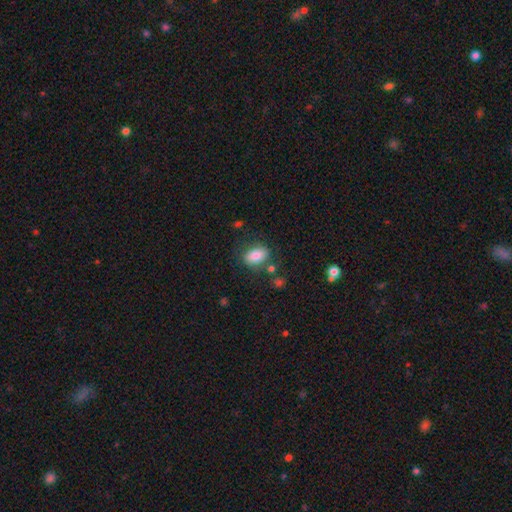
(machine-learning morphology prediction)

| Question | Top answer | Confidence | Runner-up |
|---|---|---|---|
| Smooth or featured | smooth | 82% | featured or disk (10%) |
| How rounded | in between | 84% | round (14%) |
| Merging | none | 73% | minor disturbance (15%) |